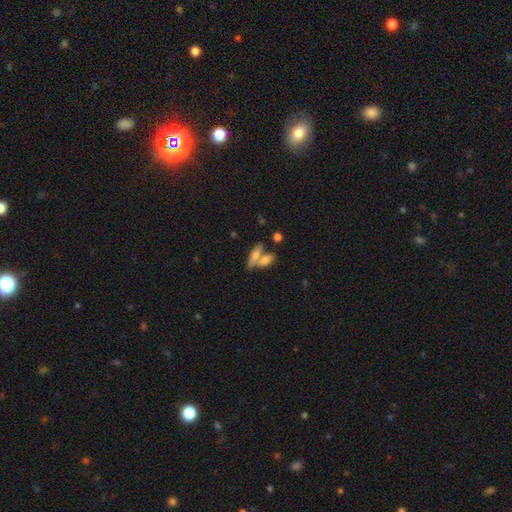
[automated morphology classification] This is possibly a smooth galaxy (54%). How rounded: possibly in between (53%). Merging: marginally none (44%).